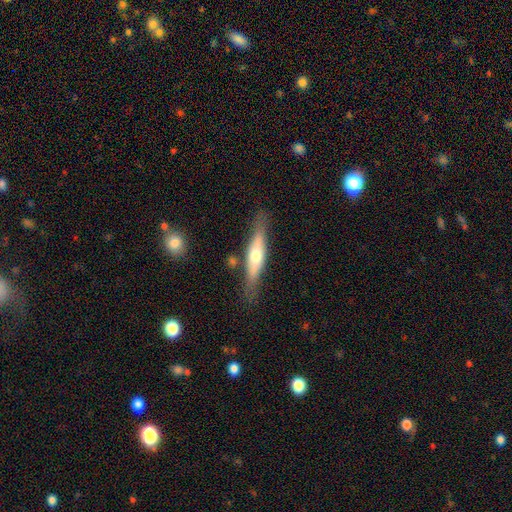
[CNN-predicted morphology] Smooth or featured: featured or disk — 53% (smooth — 41%)
Edge-on disk: yes — 85% (no — 15%)
Merging: none — 76% (minor disturbance — 15%)